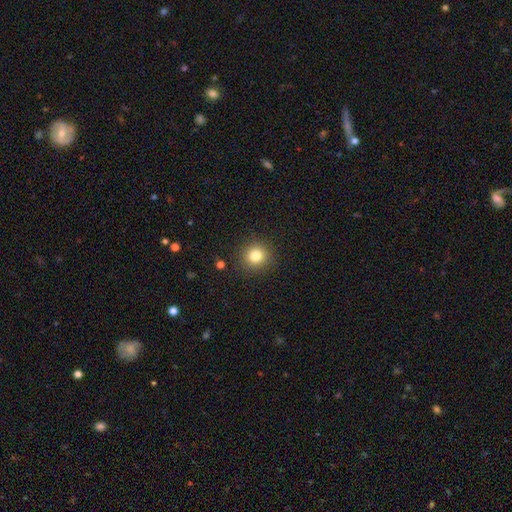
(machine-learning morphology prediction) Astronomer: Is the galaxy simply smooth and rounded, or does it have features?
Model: smooth — 81%.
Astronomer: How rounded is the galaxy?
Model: round — 92%.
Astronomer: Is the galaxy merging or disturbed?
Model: none — 90%.